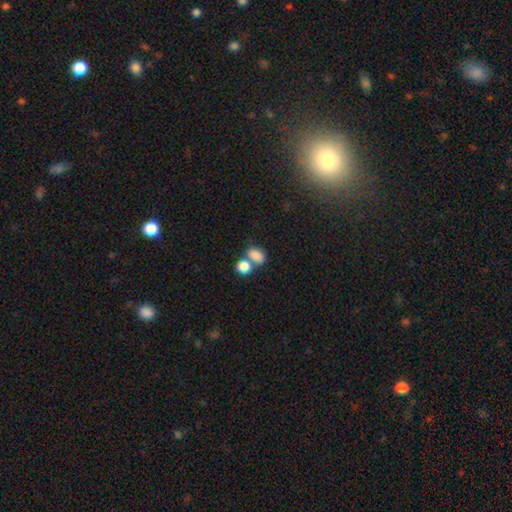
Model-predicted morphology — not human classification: smooth-or-featured: smooth: 83% | star or artifact: 10% | featured or disk: 8%
  how-rounded: in between: 74% | round: 24% | cigar-shaped: 2%
  merging: merger: 47% | none: 37% | minor disturbance: 10% | major disturbance: 5%